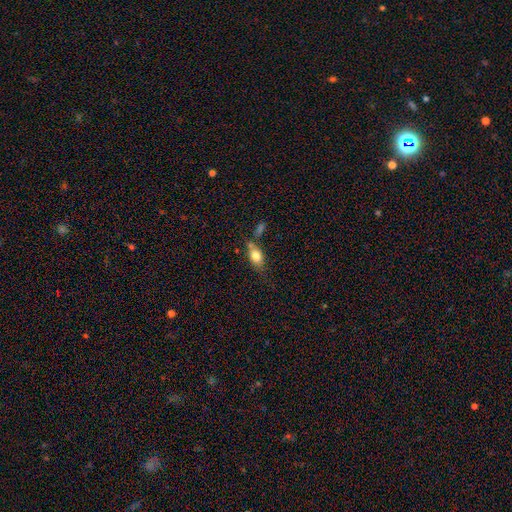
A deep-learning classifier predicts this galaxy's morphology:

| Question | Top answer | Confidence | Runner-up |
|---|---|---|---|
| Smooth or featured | smooth | 77% | featured or disk (15%) |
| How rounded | in between | 77% | round (16%) |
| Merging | none | 44% | merger (27%) |